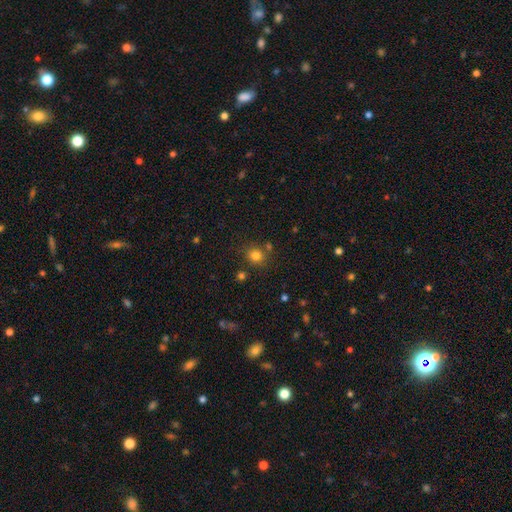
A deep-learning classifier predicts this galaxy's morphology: smooth_or_featured: smooth (p=0.80) [alt: star or artifact p=0.14]
how_rounded: round (p=0.85) [alt: in between p=0.14]
merging: none (p=0.79) [alt: minor disturbance p=0.10]